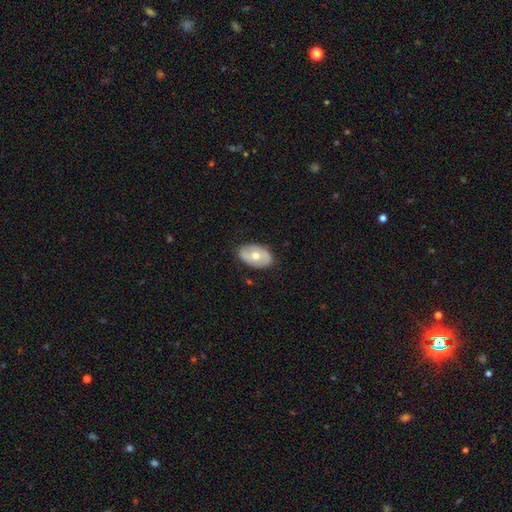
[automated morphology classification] A smooth galaxy with no disk features (47%). Merging: none (83%).